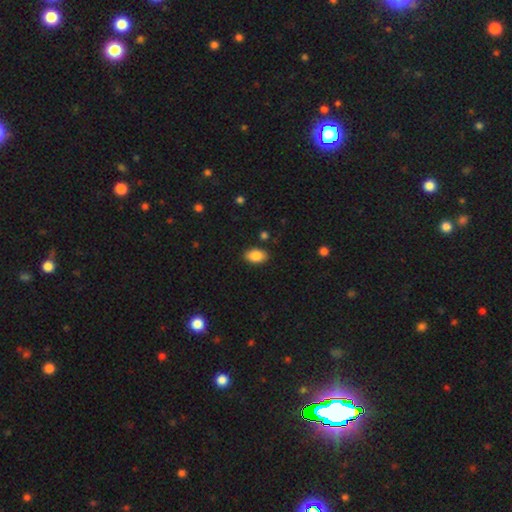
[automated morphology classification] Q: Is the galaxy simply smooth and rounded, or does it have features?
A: smooth — 86%.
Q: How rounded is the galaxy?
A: in between — 90%.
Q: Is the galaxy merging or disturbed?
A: none — 87%.